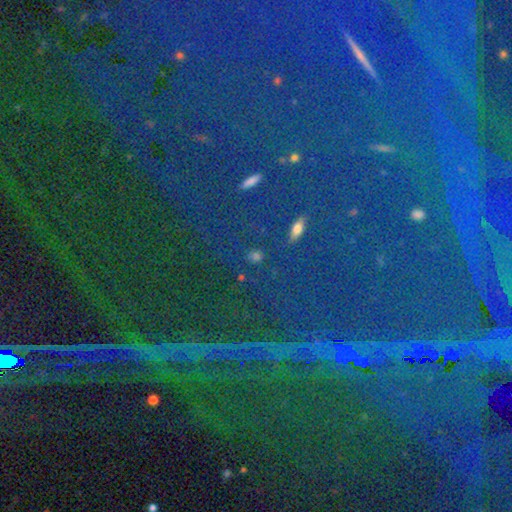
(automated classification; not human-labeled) Overall: star or artifact (74%).